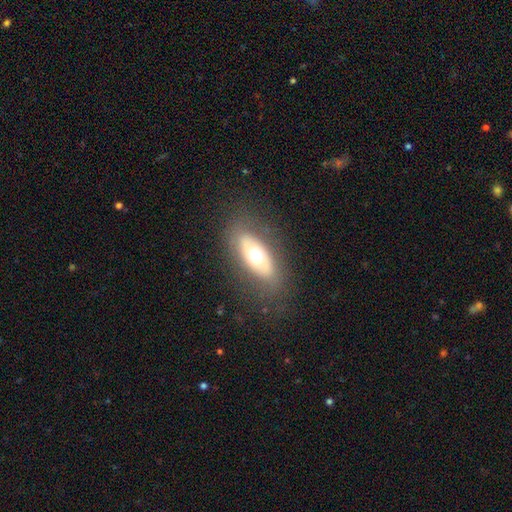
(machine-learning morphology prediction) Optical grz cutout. It shows a smooth galaxy with no disk features (52%) that is in between round and cigar-shaped (83%). Merging: none (81%).